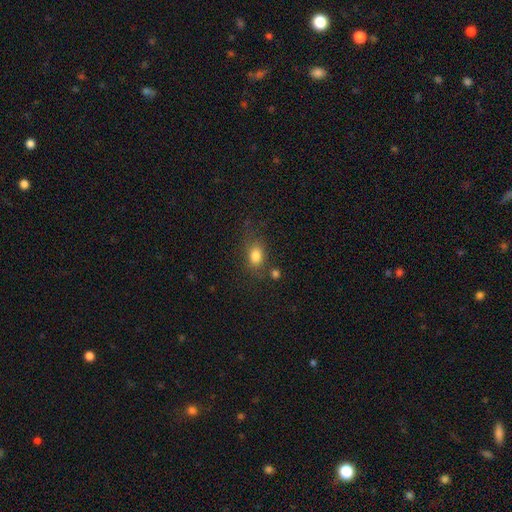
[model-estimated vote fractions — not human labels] Overall: smooth (81%). How rounded: in between (71%). Merging: none (65%).